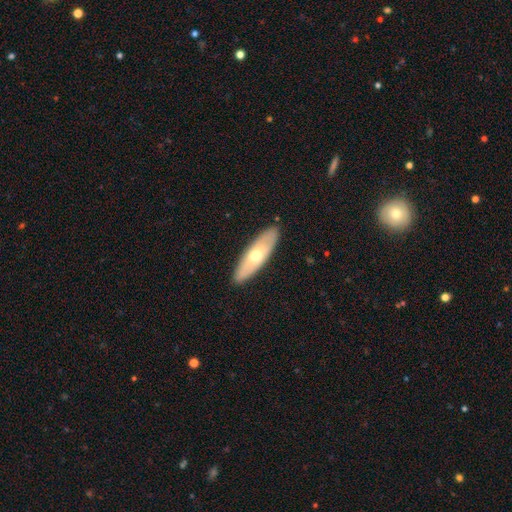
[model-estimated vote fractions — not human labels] Smooth or featured?
  - smooth: 54% *
  - featured or disk: 41%
  - star or artifact: 5%
How rounded?
  - cigar-shaped: 52% *
  - in between: 46%
  - round: 2%
Merging?
  - none: 89% *
  - minor disturbance: 8%
  - major disturbance: 2%
  - merger: 1%